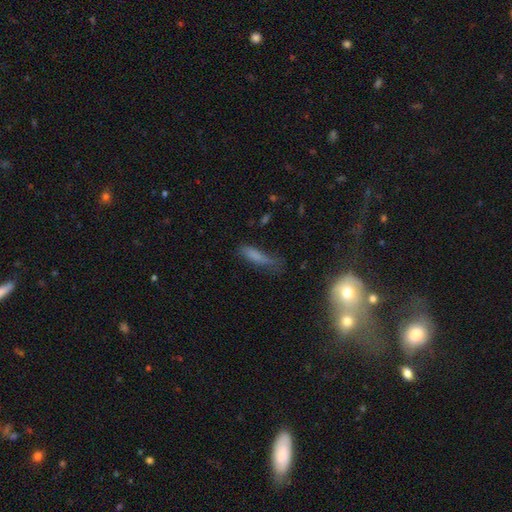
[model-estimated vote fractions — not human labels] Smooth or featured? Predicted: smooth (p=0.73). How rounded? Predicted: cigar-shaped (p=0.68). Merging? Predicted: none (p=0.48).